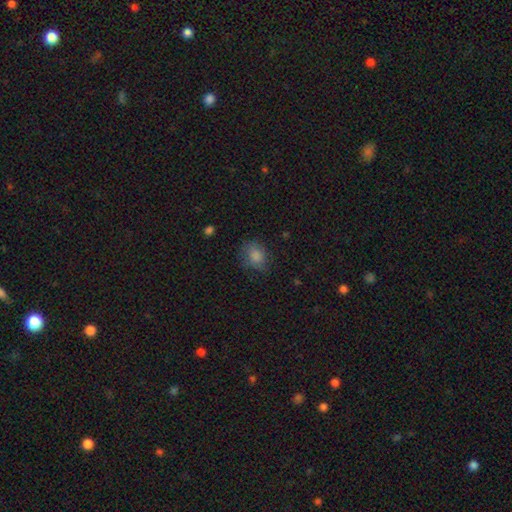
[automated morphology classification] Overall: smooth (81%). How rounded: round (55%; in between 44%). Merging: none (63%; minor disturbance 25%).